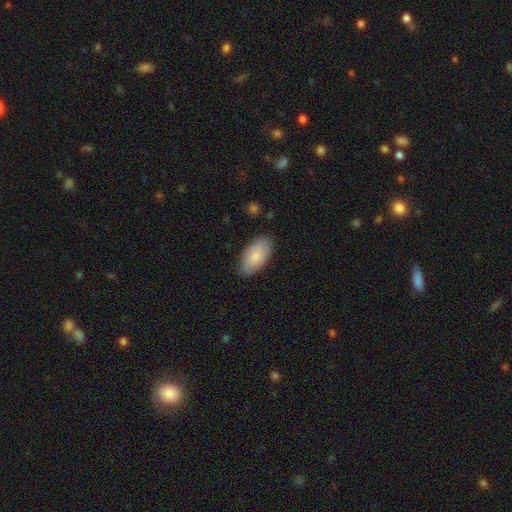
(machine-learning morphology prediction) Overall: smooth (81%). How rounded: in between (95%). Merging: none (82%).